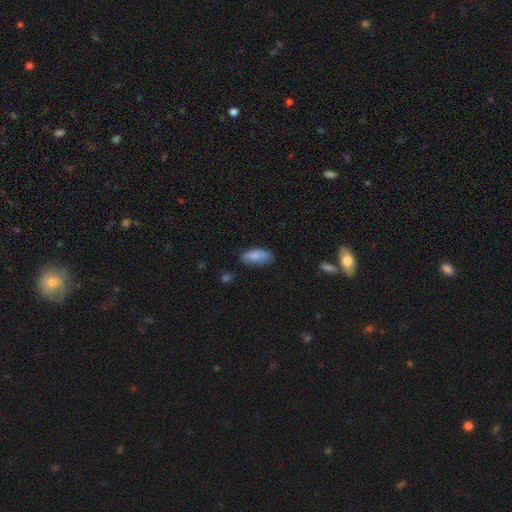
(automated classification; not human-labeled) A smooth galaxy with no disk features (82%) that is in between round and cigar-shaped (83%).

Vote fractions:
- Smooth or featured? smooth: 82% / featured or disk: 12% / star or artifact: 7%
- How rounded? in between: 83% / cigar-shaped: 15% / round: 2%
- Merging? none: 70% / minor disturbance: 23% / major disturbance: 5% / merger: 2%